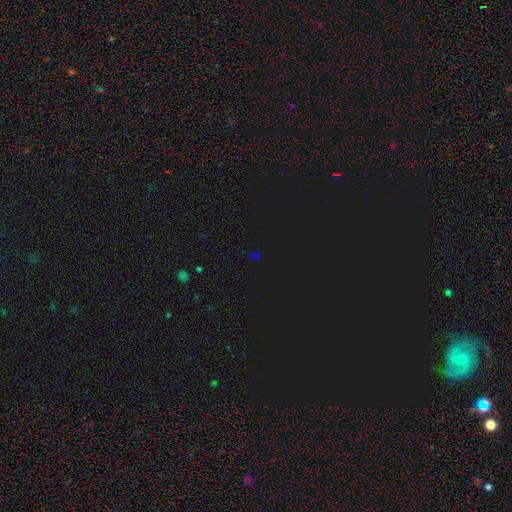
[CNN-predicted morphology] A star or artifact, not a galaxy (73%).